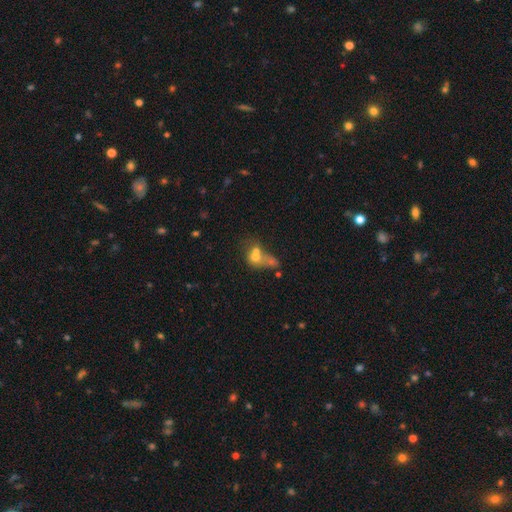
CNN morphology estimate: Smooth or featured?
  - smooth: 58% *
  - featured or disk: 28%
  - star or artifact: 14%
How rounded?
  - round: 51% *
  - in between: 47%
  - cigar-shaped: 3%
Merging?
  - merger: 68% *
  - none: 16%
  - major disturbance: 9%
  - minor disturbance: 7%